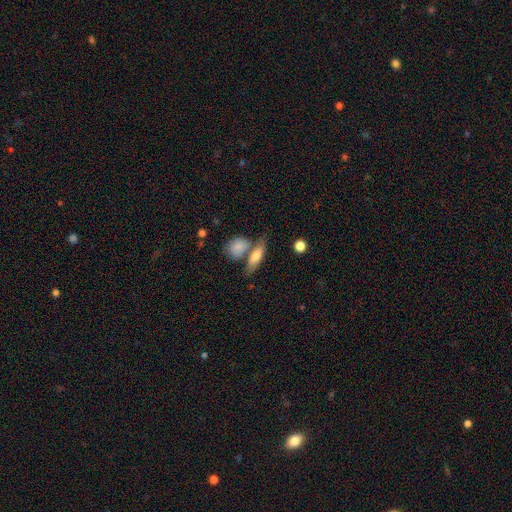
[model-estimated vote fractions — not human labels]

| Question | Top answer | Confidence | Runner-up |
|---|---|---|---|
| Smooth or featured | smooth | 69% | featured or disk (25%) |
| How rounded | in between | 56% | cigar-shaped (38%) |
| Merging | none | 51% | merger (30%) |